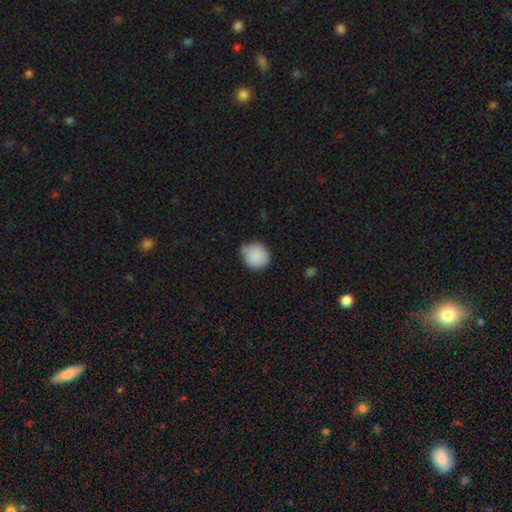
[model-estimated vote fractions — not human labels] Smooth or featured: smooth — 88% (star or artifact — 7%)
How rounded: round — 88% (in between — 12%)
Merging: none — 59% (minor disturbance — 32%)